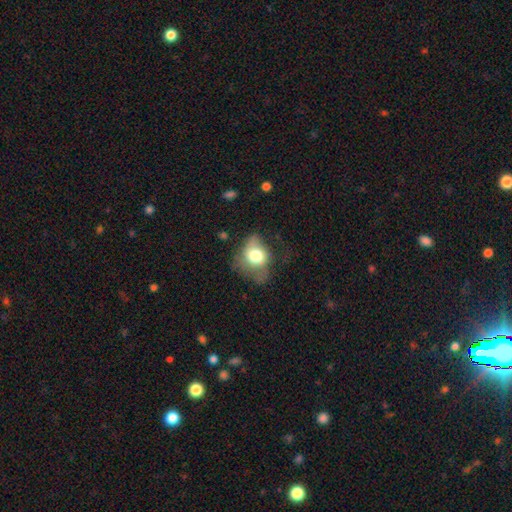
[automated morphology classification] Smooth or featured? smooth (65%)
How rounded? in between (56%)
Merging? major disturbance (37%)